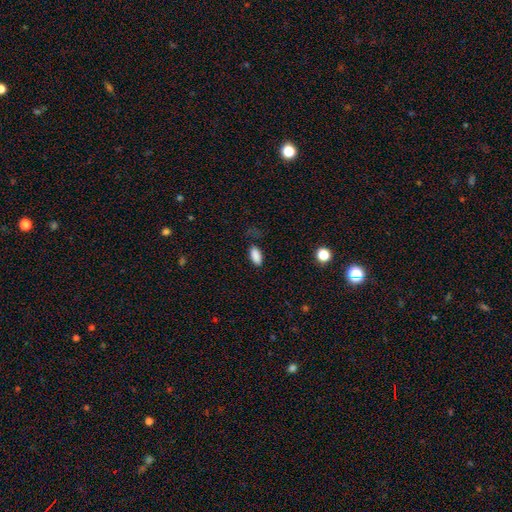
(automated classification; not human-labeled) The model was most divided on "merging": none: 72%, minor disturbance: 18%, major disturbance: 8%, merger: 2%. More confident: how rounded — in between (91%); smooth or featured — smooth (87%).